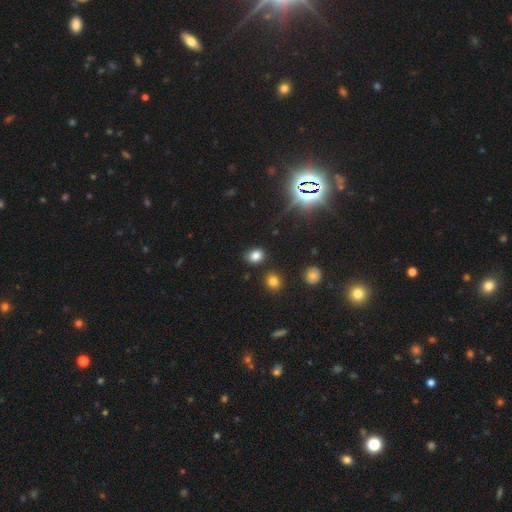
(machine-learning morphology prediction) A smooth galaxy with no disk features (79%) that is round (50%).

Vote fractions:
- Smooth or featured? smooth: 79% / star or artifact: 15% / featured or disk: 6%
- How rounded? round: 50% / in between: 48% / cigar-shaped: 1%
- Merging? none: 83% / minor disturbance: 10% / merger: 4% / major disturbance: 3%